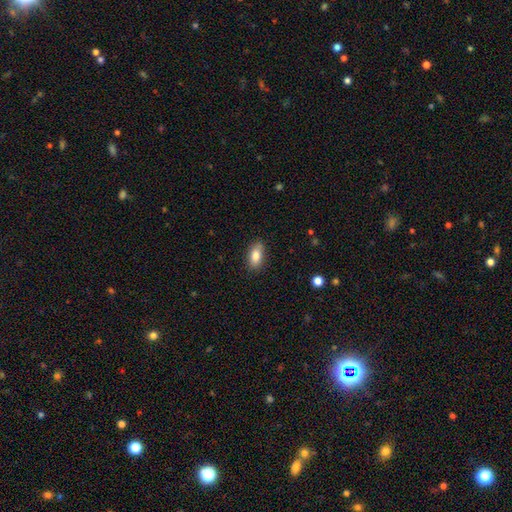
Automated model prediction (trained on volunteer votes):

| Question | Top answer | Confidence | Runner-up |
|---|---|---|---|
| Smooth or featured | smooth | 83% | featured or disk (10%) |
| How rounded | in between | 89% | cigar-shaped (6%) |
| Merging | none | 83% | minor disturbance (13%) |